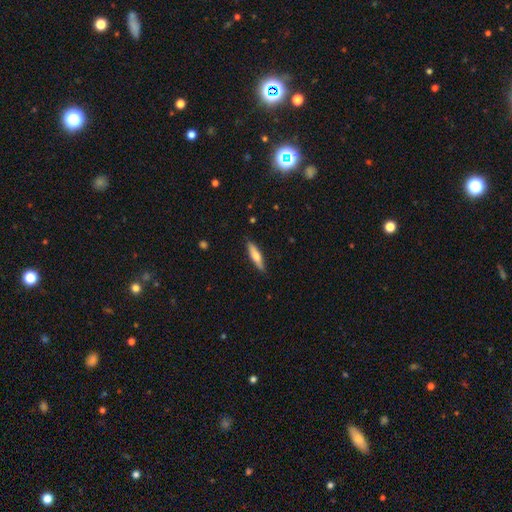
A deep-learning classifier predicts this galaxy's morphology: smooth 63%, featured or disk 31%, star or artifact 6%. Down the decision tree: how rounded — cigar-shaped (79%); merging — none (87%).